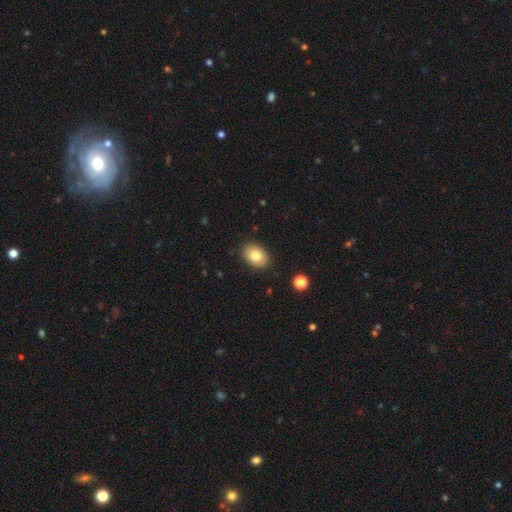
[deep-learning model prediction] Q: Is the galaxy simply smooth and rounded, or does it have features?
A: smooth — 82%.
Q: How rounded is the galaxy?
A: in between — 72%.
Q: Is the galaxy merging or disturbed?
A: none — 87%.